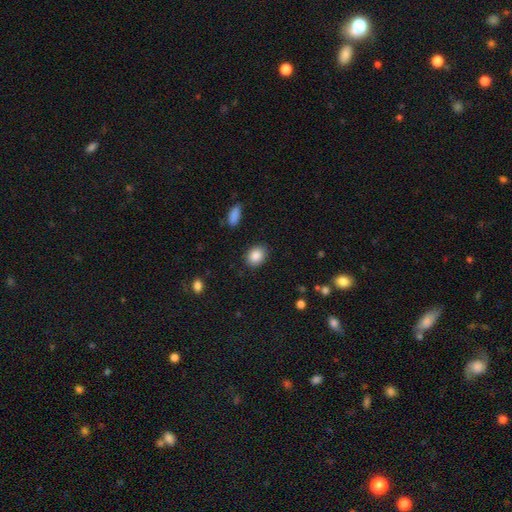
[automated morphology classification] The model was most divided on "how rounded": in between: 59%, round: 40%, cigar-shaped: 1%. More confident: smooth or featured — smooth (88%); merging — none (87%).